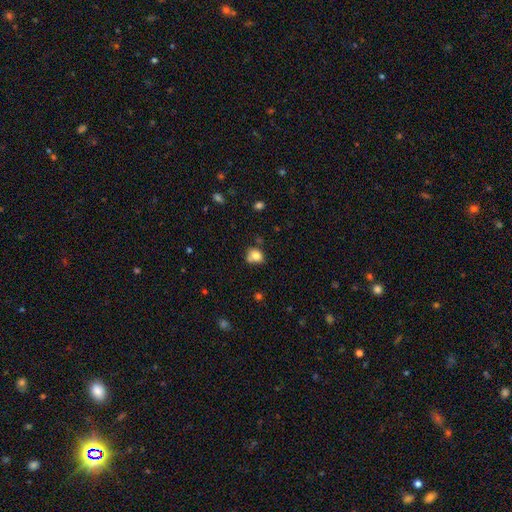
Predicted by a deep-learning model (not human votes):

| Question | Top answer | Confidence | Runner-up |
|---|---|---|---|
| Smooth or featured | smooth | 78% | featured or disk (12%) |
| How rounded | round | 60% | in between (40%) |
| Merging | none | 55% | minor disturbance (21%) |